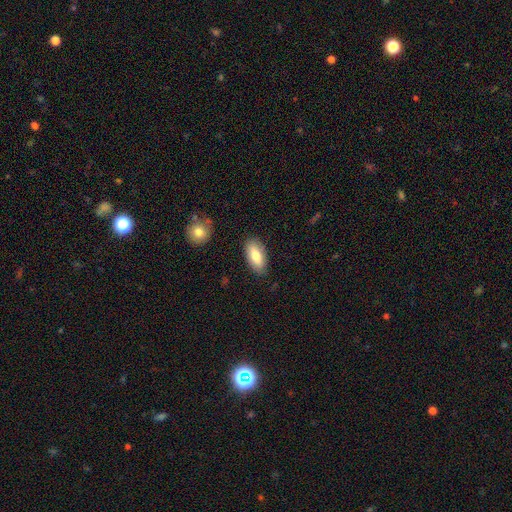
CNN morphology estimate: Smooth or featured? smooth (78%)
How rounded? in between (89%)
Merging? none (84%)